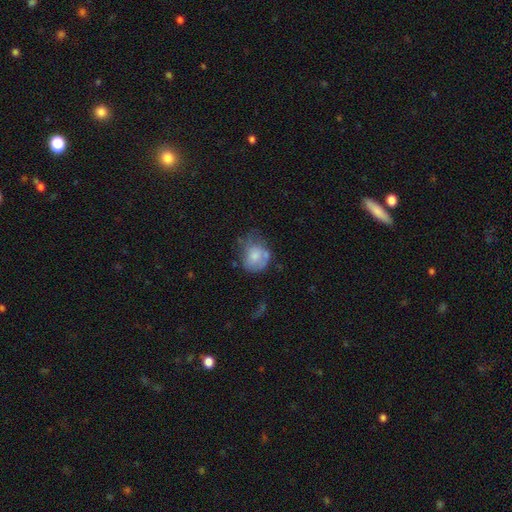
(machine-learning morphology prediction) Smooth or featured? smooth (64%)
How rounded? round (59%)
Merging? minor disturbance (34%)